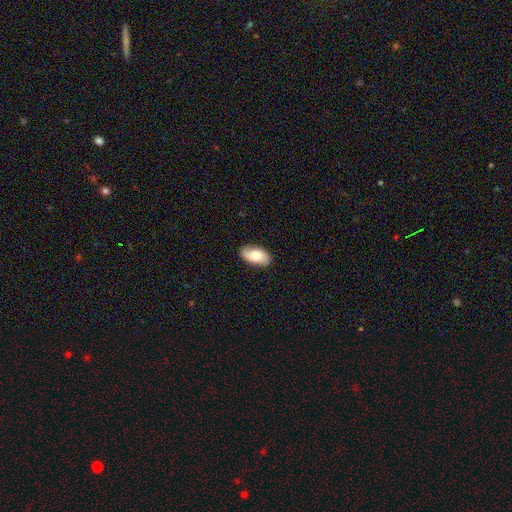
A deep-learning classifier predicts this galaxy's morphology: This appears to be a smooth galaxy with no disk features (78%) that is in between round and cigar-shaped (95%). Merging: none (85%).